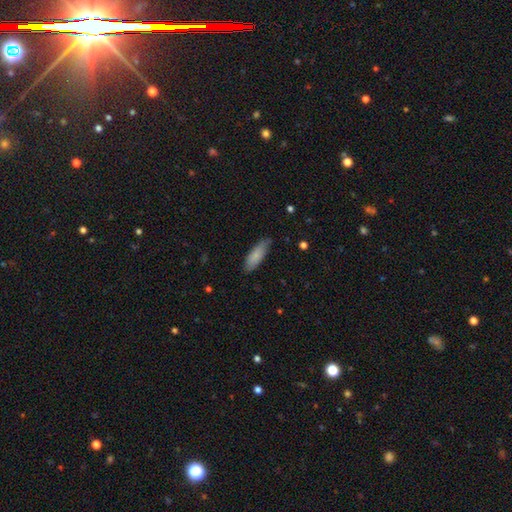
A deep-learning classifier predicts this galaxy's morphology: The model was most divided on "how rounded": in between: 58%, cigar-shaped: 41%, round: 1%. More confident: smooth or featured — smooth (84%); merging — none (80%).